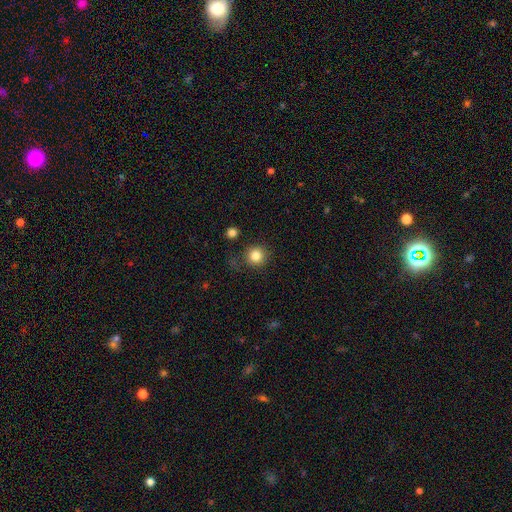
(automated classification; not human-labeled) Smooth or featured?
  - smooth: 83% *
  - star or artifact: 11%
  - featured or disk: 6%
How rounded?
  - round: 93% *
  - in between: 6%
  - cigar-shaped: 1%
Merging?
  - none: 85% *
  - minor disturbance: 9%
  - major disturbance: 3%
  - merger: 3%